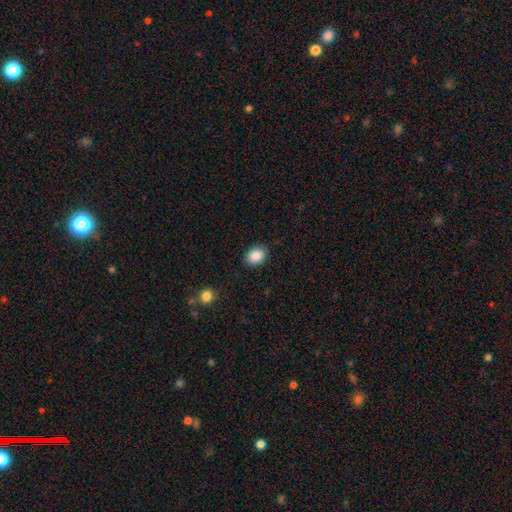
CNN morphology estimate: smooth_or_featured: smooth (p=0.89) [alt: star or artifact p=0.08]
how_rounded: in between (p=0.70) [alt: round p=0.29]
merging: none (p=0.86) [alt: minor disturbance p=0.10]